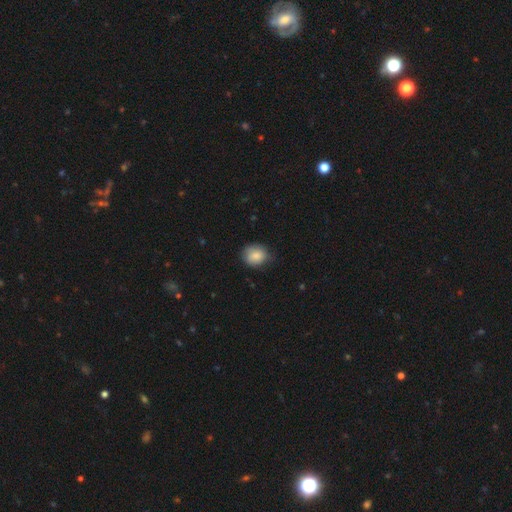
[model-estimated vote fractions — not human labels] Overall: smooth (85%). How rounded: round (65%; in between 35%). Merging: none (70%).